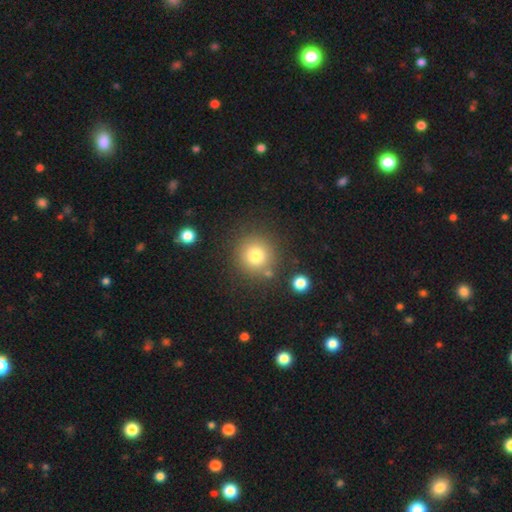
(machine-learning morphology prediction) type=smooth (77%); roundness=round (93%); merging=none (81%).